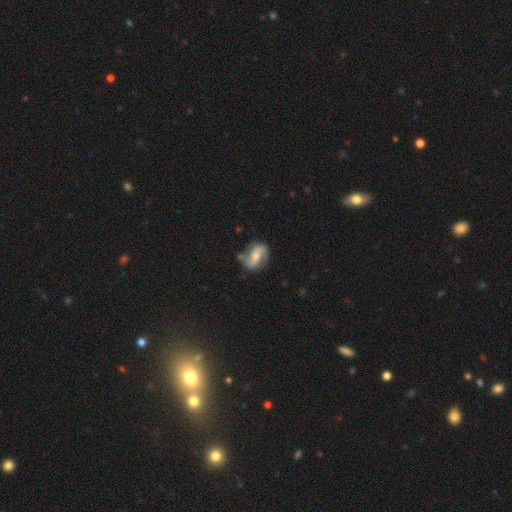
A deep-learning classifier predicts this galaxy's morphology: smooth_or_featured: featured or disk (p=0.82) [alt: smooth p=0.13]
disk_edge_on: no (p=0.97) [alt: yes p=0.03]
bar: weak (p=0.41) [alt: no p=0.34]
has_spiral_arms: yes (p=0.95) [alt: no p=0.05]
spiral_winding: loose (p=0.52) [alt: medium p=0.37]
spiral_arm_count: 2 (p=0.91) [alt: can't tell p=0.03]
bulge_size: moderate (p=0.52) [alt: small p=0.39]
merging: none (p=0.72) [alt: minor disturbance p=0.18]